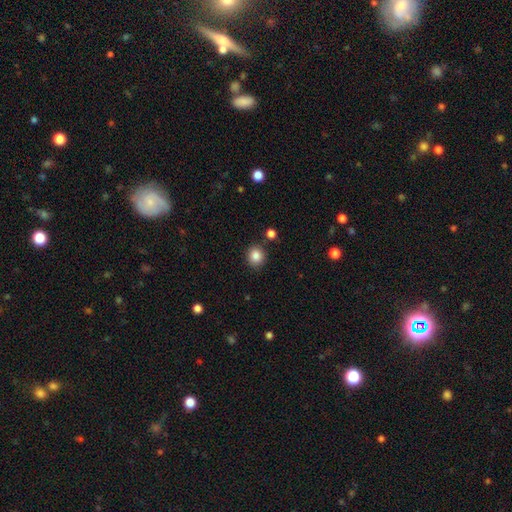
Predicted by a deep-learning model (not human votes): This appears to be a smooth galaxy with no disk features (85%) that is round (82%). Merging: none (85%).